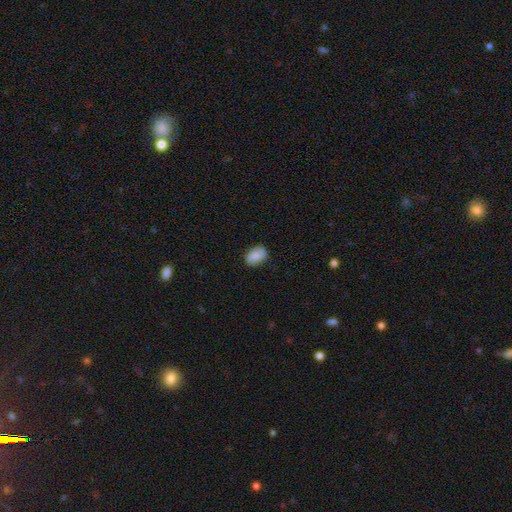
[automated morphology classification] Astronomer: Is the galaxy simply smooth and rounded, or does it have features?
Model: smooth — 65%.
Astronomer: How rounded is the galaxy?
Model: in between — 79%.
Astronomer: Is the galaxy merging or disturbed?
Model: none — 80%.